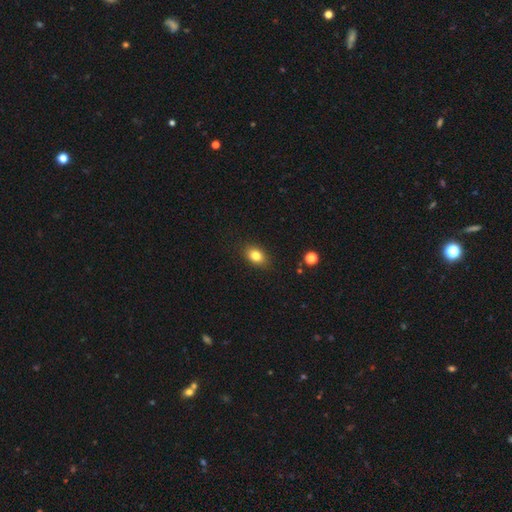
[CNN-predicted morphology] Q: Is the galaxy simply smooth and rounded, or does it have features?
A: smooth — 81%.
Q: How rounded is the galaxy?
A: in between — 76%.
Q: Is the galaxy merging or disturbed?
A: none — 87%.